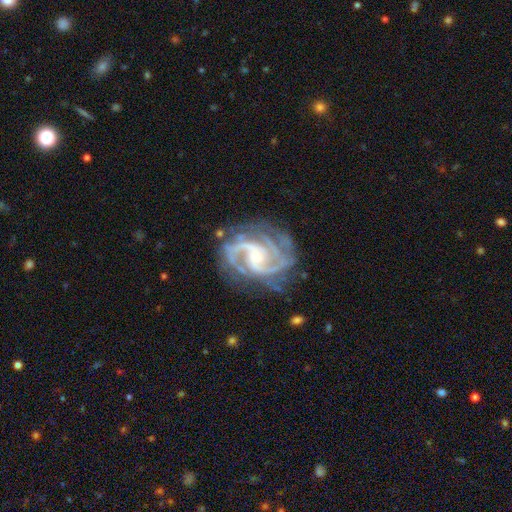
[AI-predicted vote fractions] featured or disk 92%, star or artifact 5%, smooth 3%. Down the decision tree: edge-on disk — no (98%); bar — no (50%); spiral arms — yes (99%); spiral arm count — 2 (45%); spiral winding — tight (48%); bulge size — small (54%); merging — none (71%).